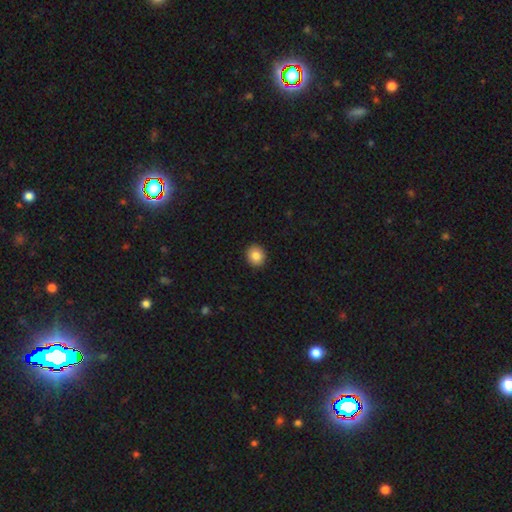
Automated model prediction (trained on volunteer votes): Overall: smooth (86%). How rounded: round (80%). Merging: none (92%).